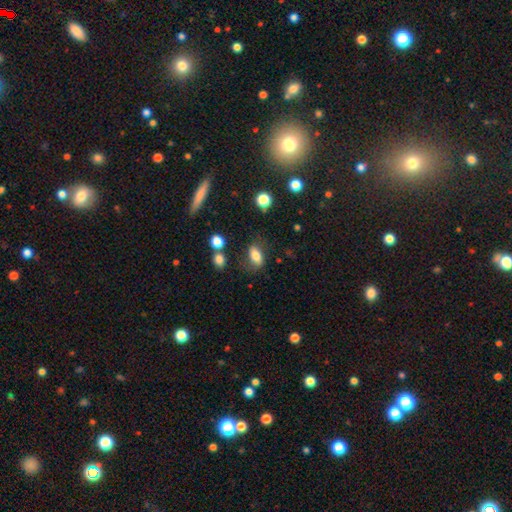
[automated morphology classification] smooth_or_featured: smooth (p=0.78) [alt: featured or disk p=0.13]
how_rounded: in between (p=0.86) [alt: round p=0.09]
merging: none (p=0.69) [alt: minor disturbance p=0.19]